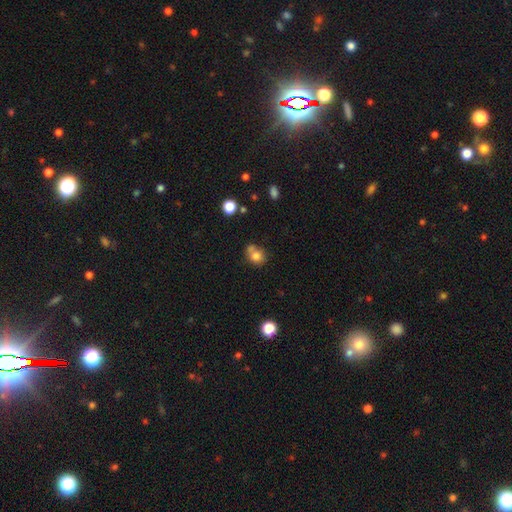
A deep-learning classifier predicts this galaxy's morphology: A smooth galaxy with no disk features (78%) that is round (65%).

Vote fractions:
- Smooth or featured? smooth: 78% / star or artifact: 11% / featured or disk: 11%
- How rounded? round: 65% / in between: 34% / cigar-shaped: 1%
- Merging? none: 46% / merger: 28% / minor disturbance: 18% / major disturbance: 7%